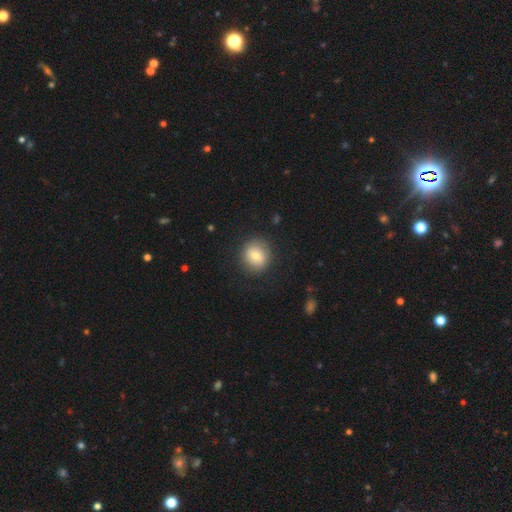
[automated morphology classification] type=smooth (72%); roundness=round (86%); merging=none (86%).